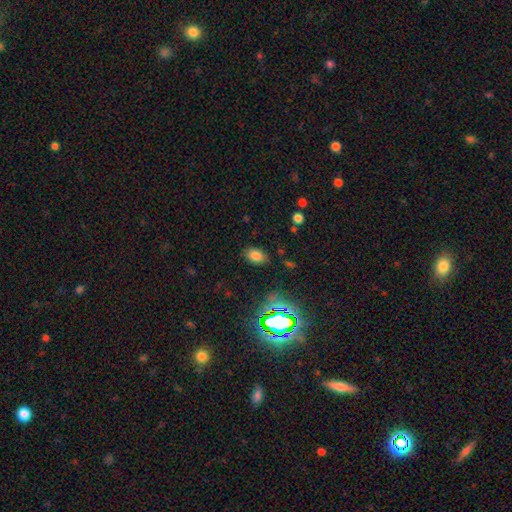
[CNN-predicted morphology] This is likely a smooth galaxy (74%). How rounded: clearly in between (81%). Merging: clearly none (82%).